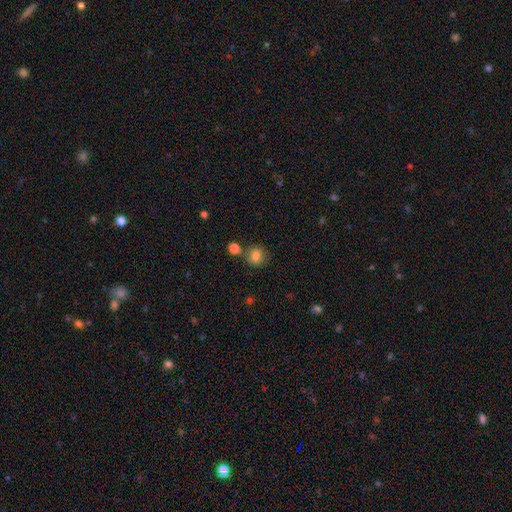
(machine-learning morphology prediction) smooth-or-featured: smooth: 83% | star or artifact: 11% | featured or disk: 7%
  how-rounded: round: 69% | in between: 30% | cigar-shaped: 1%
  merging: none: 69% | minor disturbance: 14% | merger: 13% | major disturbance: 4%